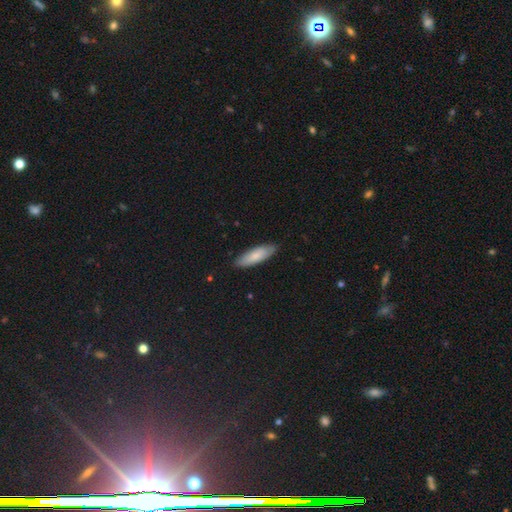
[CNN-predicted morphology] A smooth galaxy with no disk features (77%) that is in between round and cigar-shaped (54%). Merging: none (85%).